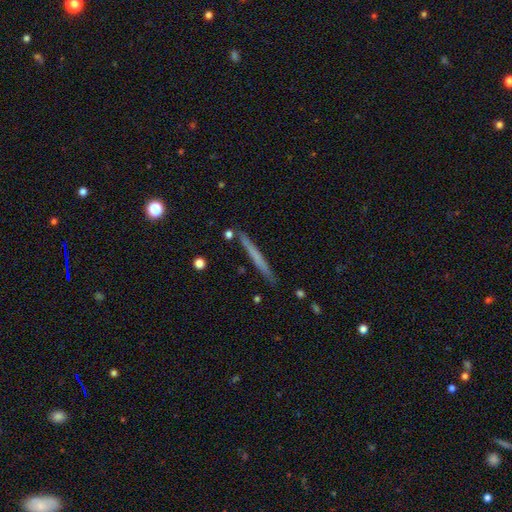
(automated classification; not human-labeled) The model was most divided on "smooth or featured": smooth: 53%, featured or disk: 41%, star or artifact: 6%. More confident: how rounded — cigar-shaped (97%); merging — none (88%).